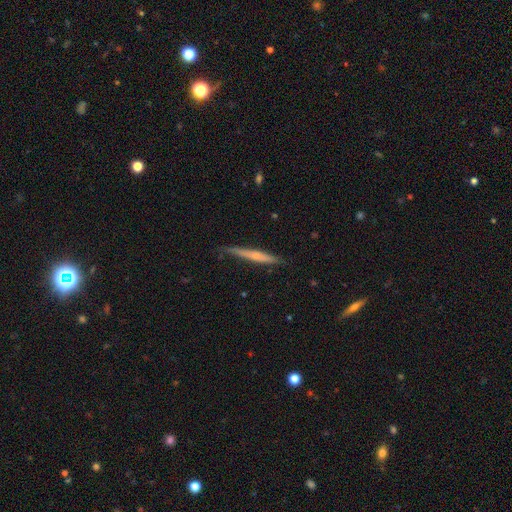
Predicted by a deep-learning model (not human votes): This appears to be a featured or disk galaxy (48%). Merging: none (78%).